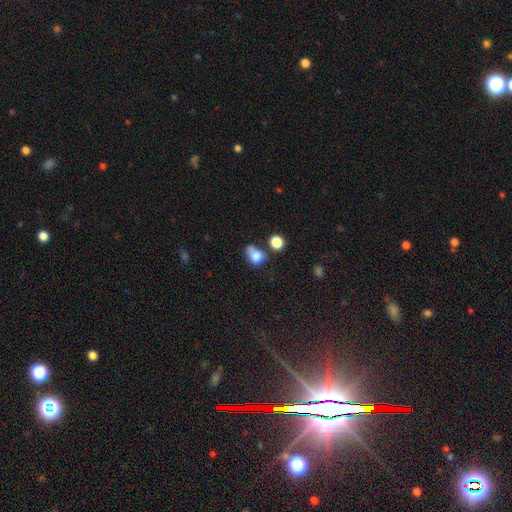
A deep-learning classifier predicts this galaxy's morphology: This appears to be a smooth galaxy with no disk features (78%) that is in between round and cigar-shaped (60%). Merging: none (33%).